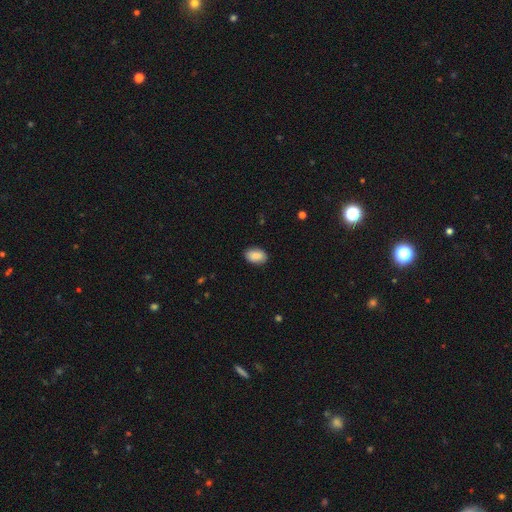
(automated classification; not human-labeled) Morphology: type=smooth (88%); roundness=in between (87%); merging=none (87%).